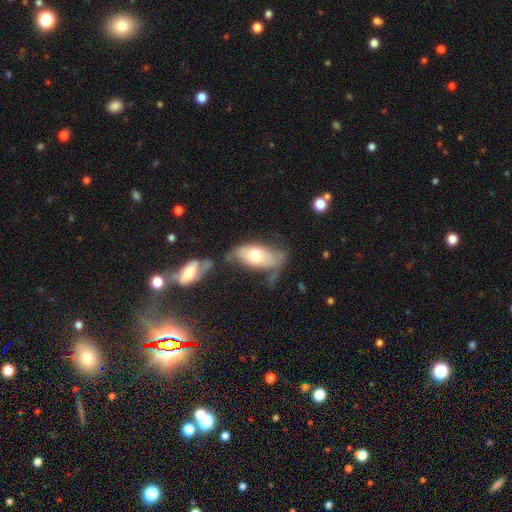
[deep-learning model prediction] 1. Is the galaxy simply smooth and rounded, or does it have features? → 57% smooth, 37% featured or disk, 6% star or artifact.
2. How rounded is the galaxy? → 90% in between, 7% cigar-shaped, 4% round.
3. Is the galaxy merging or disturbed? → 41% none, 24% minor disturbance, 18% merger, 16% major disturbance.